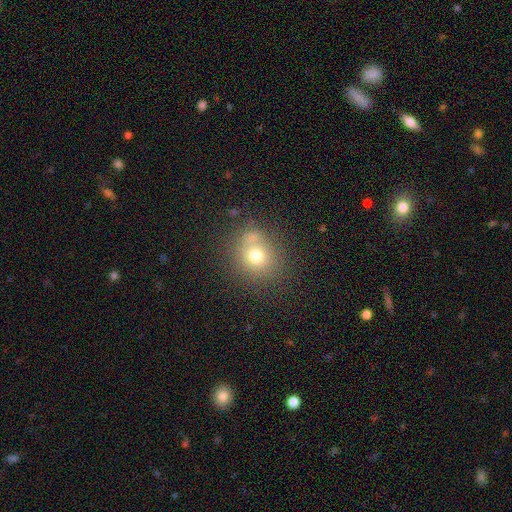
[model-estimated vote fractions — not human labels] Smooth or featured? smooth (71%)
How rounded? round (76%)
Merging? none (61%)